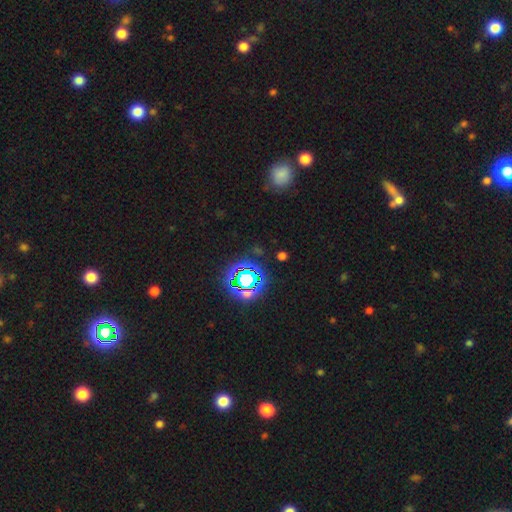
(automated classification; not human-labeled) This is likely a star or artifact rather than a galaxy (75%).